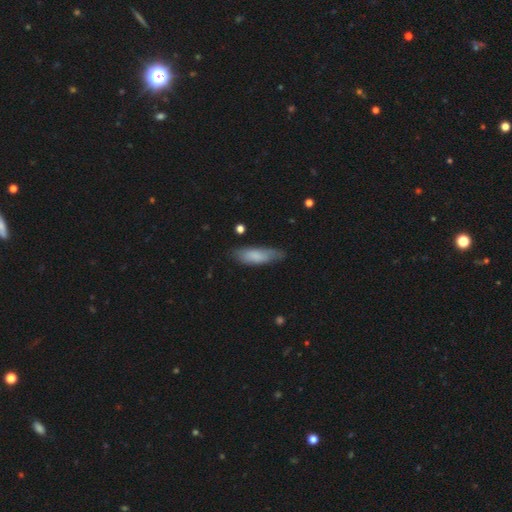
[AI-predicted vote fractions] smooth-or-featured: smooth: 78% | featured or disk: 15% | star or artifact: 6%
  how-rounded: in between: 51% | cigar-shaped: 47% | round: 2%
  merging: none: 64% | minor disturbance: 28% | major disturbance: 7% | merger: 2%